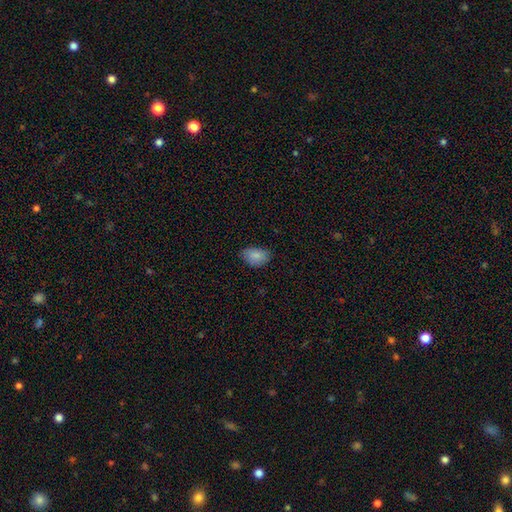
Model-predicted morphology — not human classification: A smooth galaxy with no disk features (86%) that is in between round and cigar-shaped (86%). Merging: none (77%).